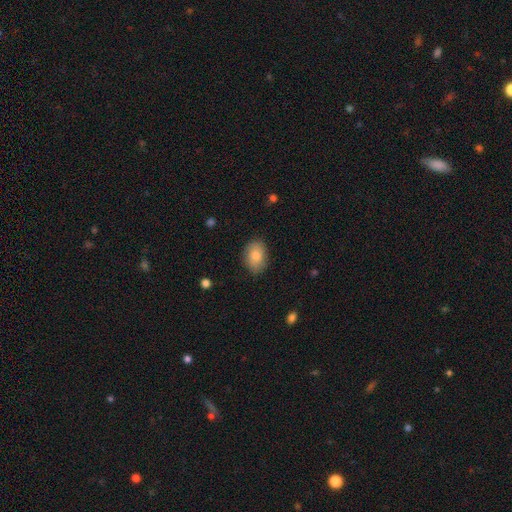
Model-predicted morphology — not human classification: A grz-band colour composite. It shows a smooth galaxy with no disk features (83%) that is in between round and cigar-shaped (79%). Merging: none (85%).